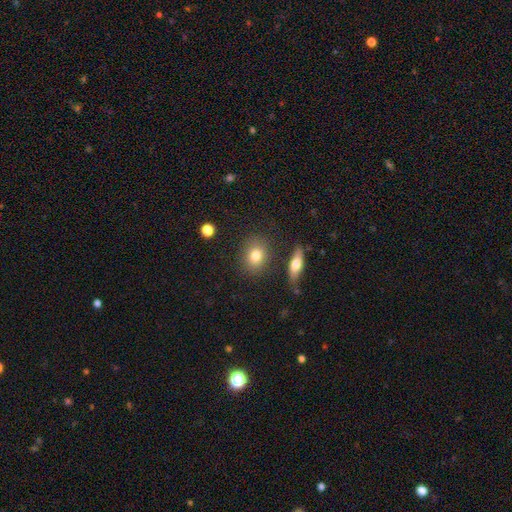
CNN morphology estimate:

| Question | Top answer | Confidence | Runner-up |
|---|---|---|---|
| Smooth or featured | smooth | 80% | featured or disk (11%) |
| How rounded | round | 56% | in between (41%) |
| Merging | none | 83% | minor disturbance (10%) |